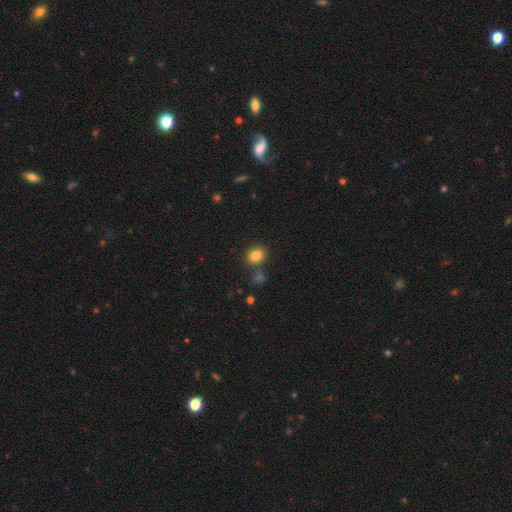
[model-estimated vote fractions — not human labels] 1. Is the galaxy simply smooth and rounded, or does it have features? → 84% smooth, 11% star or artifact, 6% featured or disk.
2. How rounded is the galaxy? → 61% round, 38% in between, 1% cigar-shaped.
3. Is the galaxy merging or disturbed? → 78% none, 10% minor disturbance, 9% merger, 3% major disturbance.